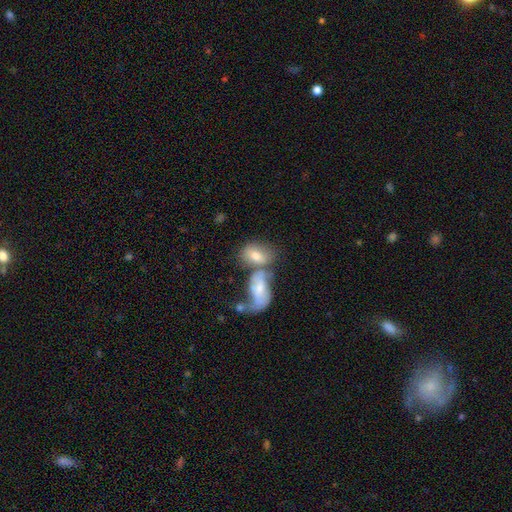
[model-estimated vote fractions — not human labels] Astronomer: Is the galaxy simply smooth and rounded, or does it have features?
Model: smooth — 67%.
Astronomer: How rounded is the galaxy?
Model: in between — 88%.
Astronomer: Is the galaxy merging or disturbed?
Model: merger — 56%.